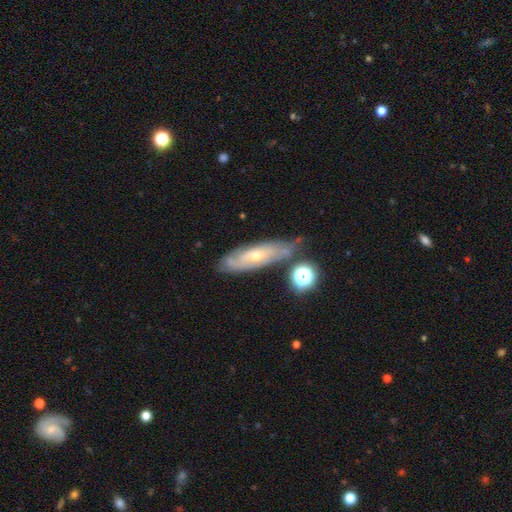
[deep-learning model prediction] This appears to be a featured or disk galaxy (68%) with no bar (69%), spiral arms (76%) and a small central bulge (56%). Merging: none (64%).